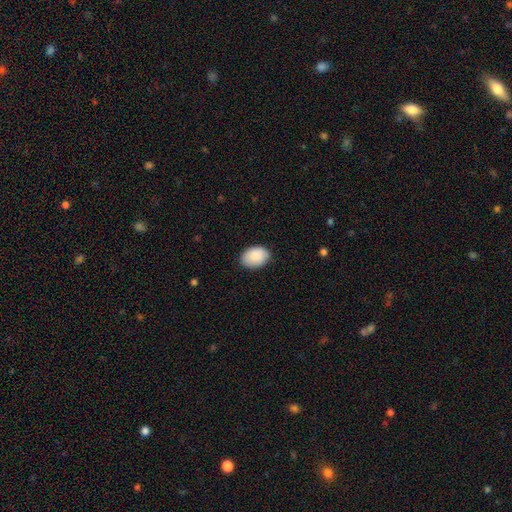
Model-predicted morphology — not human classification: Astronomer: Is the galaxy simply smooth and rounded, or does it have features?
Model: smooth — 88%.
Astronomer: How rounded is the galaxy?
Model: in between — 82%.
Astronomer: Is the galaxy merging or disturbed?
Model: none — 82%.